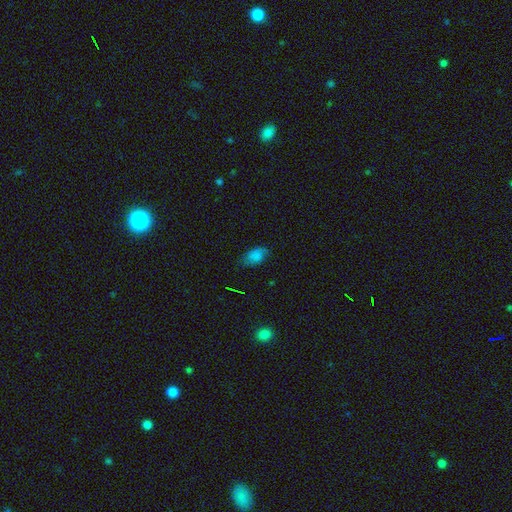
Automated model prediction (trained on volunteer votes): This appears to be a smooth galaxy with no disk features (77%) that is in between round and cigar-shaped (91%). Merging: none (67%).